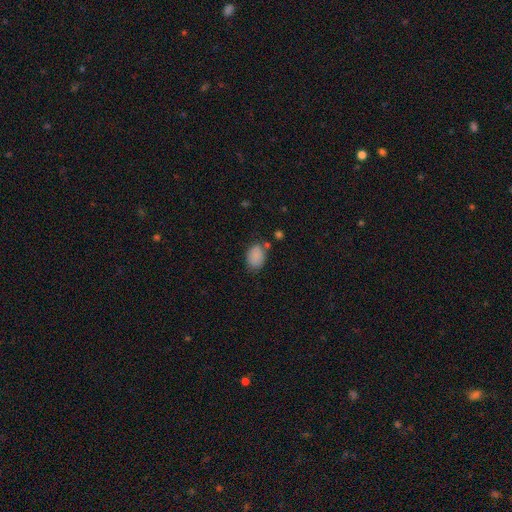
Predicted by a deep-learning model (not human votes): This appears to be a smooth galaxy with no disk features (86%) that is in between round and cigar-shaped (80%). Merging: none (70%).